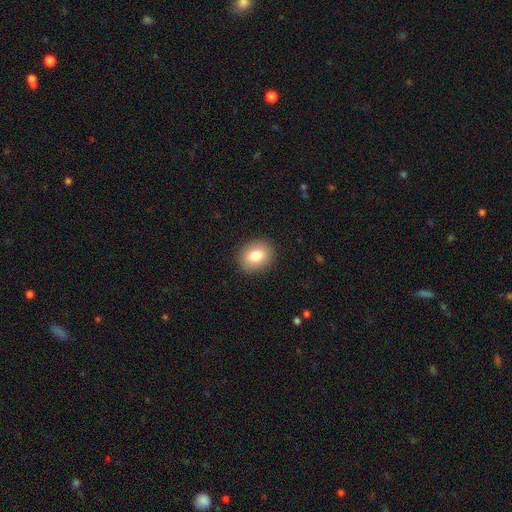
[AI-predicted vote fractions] Smooth or featured?
  - smooth: 80% *
  - featured or disk: 11%
  - star or artifact: 8%
How rounded?
  - in between: 58% *
  - round: 41%
  - cigar-shaped: 1%
Merging?
  - none: 89% *
  - minor disturbance: 8%
  - major disturbance: 2%
  - merger: 1%